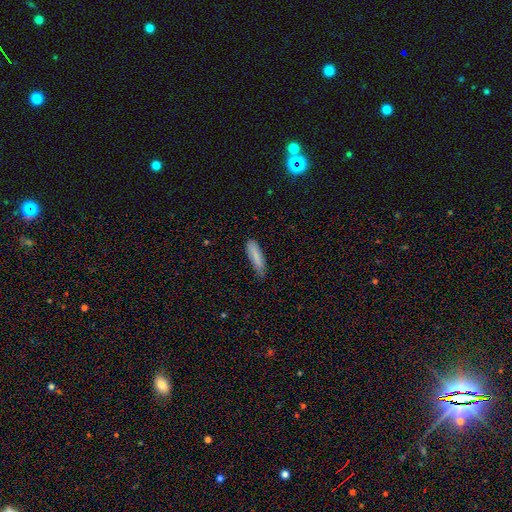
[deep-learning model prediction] A smooth galaxy with no disk features (81%) that is cigar-shaped (65%). Merging: none (63%).